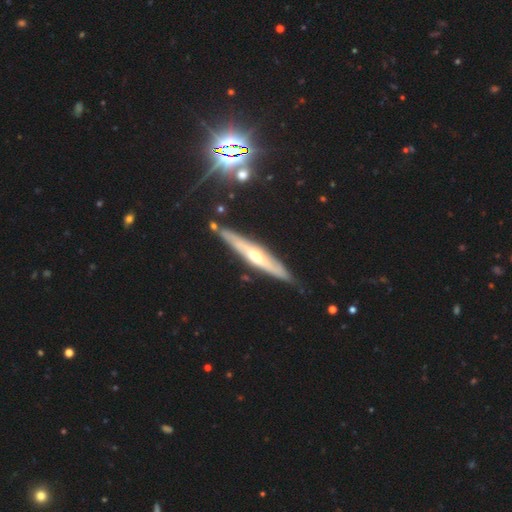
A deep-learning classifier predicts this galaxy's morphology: type=featured or disk (69%); edge-on=yes (84%); edge-on bulge=rounded (80%); merging=none (81%).